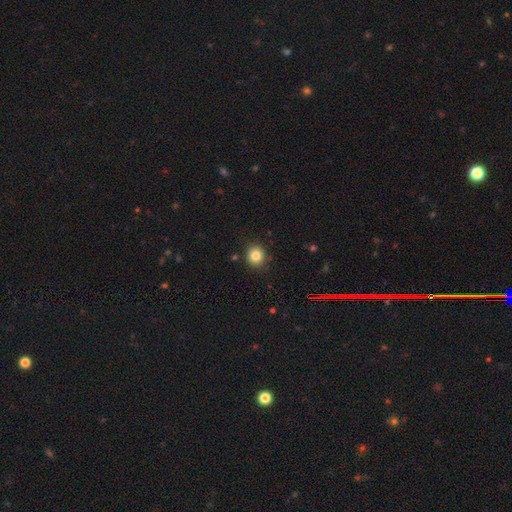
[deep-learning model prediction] Smooth or featured? Predicted: smooth (p=0.84). How rounded? Predicted: round (p=0.84). Merging? Predicted: none (p=0.88).